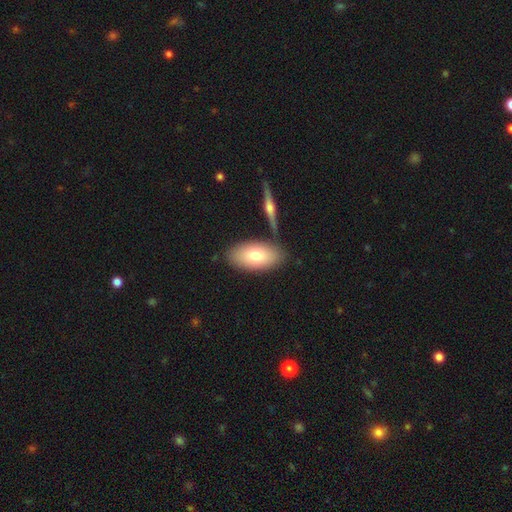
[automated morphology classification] smooth-or-featured: smooth: 74% | featured or disk: 19% | star or artifact: 7%
  how-rounded: in between: 93% | cigar-shaped: 4% | round: 3%
  merging: none: 77% | minor disturbance: 11% | merger: 8% | major disturbance: 3%